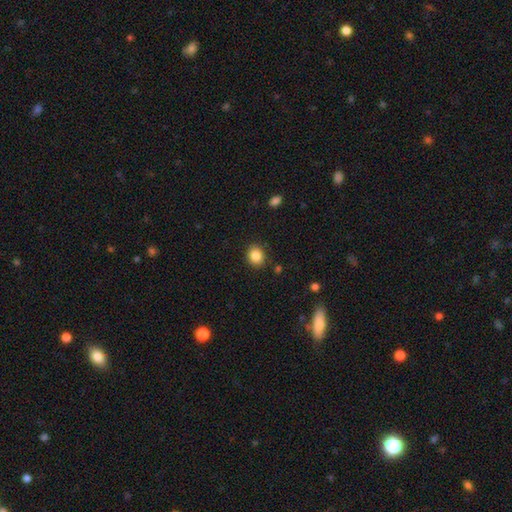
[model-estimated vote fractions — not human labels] Morphology: type=smooth (85%); roundness=round (67%); merging=none (88%).